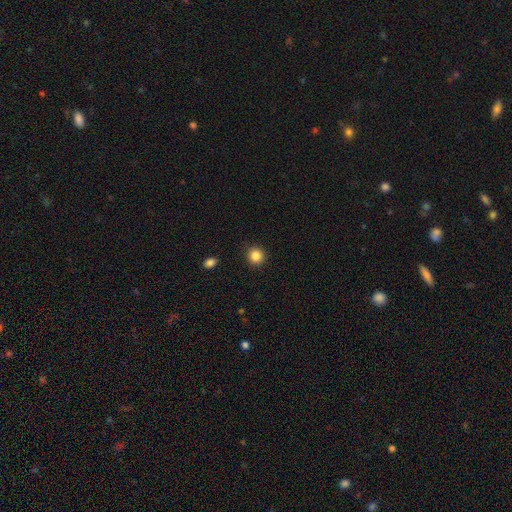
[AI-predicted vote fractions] Q: Smooth or featured?
A: smooth (85%); runner-up: star or artifact (11%)
Q: How rounded?
A: round (92%); runner-up: in between (8%)
Q: Merging?
A: none (91%); runner-up: minor disturbance (6%)